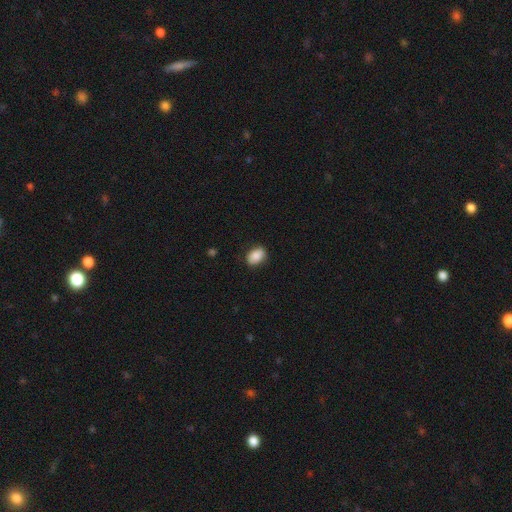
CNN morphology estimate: Q: Smooth or featured?
A: smooth (87%); runner-up: star or artifact (7%)
Q: How rounded?
A: in between (81%); runner-up: round (18%)
Q: Merging?
A: none (83%); runner-up: minor disturbance (13%)